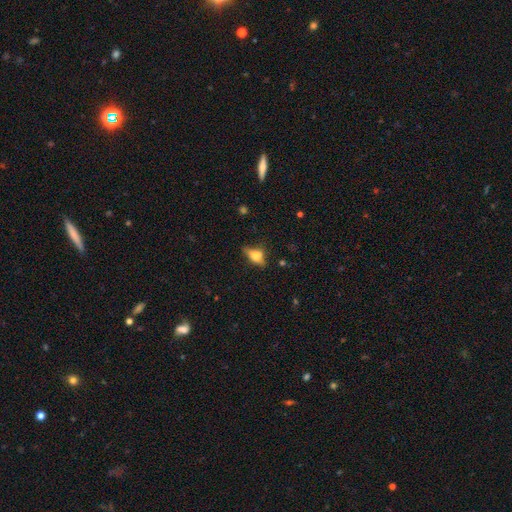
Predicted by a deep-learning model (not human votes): Smooth or featured: smooth — 55% (featured or disk — 35%)
How rounded: in between — 74% (cigar-shaped — 16%)
Merging: none — 62% (minor disturbance — 25%)